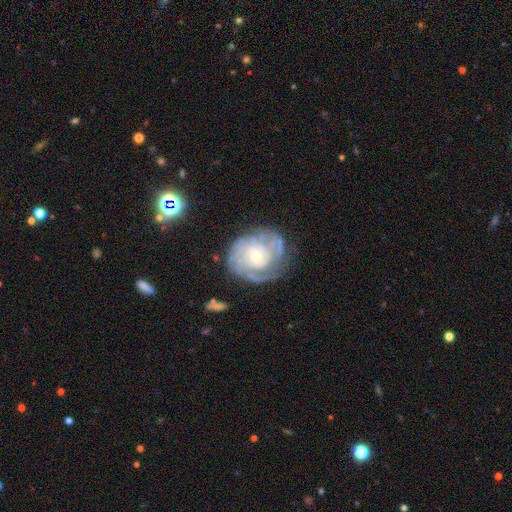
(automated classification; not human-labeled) A featured or disk galaxy (83%) with no bar (73%), tight (73%) spiral arms (91%) and a small central bulge (65%). Merging: none (69%).